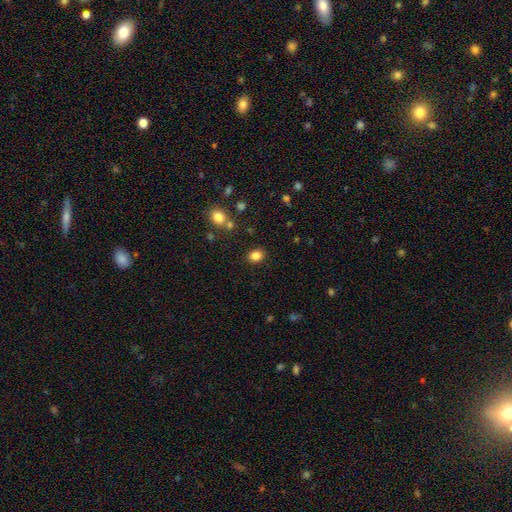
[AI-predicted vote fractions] A smooth galaxy with no disk features (85%) that is round (50%).

Vote fractions:
- Smooth or featured? smooth: 85% / star or artifact: 11% / featured or disk: 4%
- How rounded? round: 50% / in between: 49% / cigar-shaped: 1%
- Merging? none: 86% / minor disturbance: 8% / major disturbance: 3% / merger: 3%